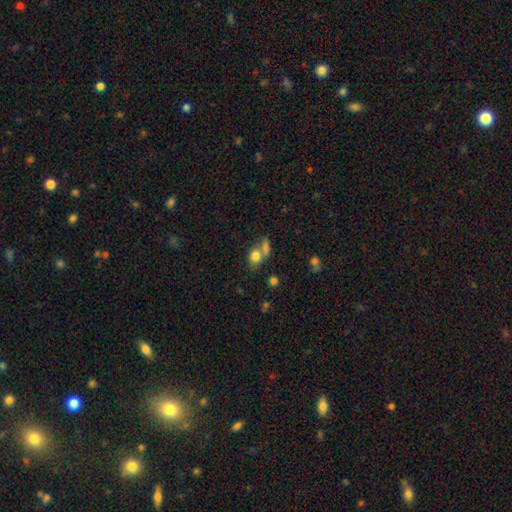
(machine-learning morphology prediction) smooth_or_featured: smooth (p=0.79) [alt: featured or disk p=0.11]
how_rounded: in between (p=0.56) [alt: round p=0.42]
merging: none (p=0.42) [alt: merger p=0.40]